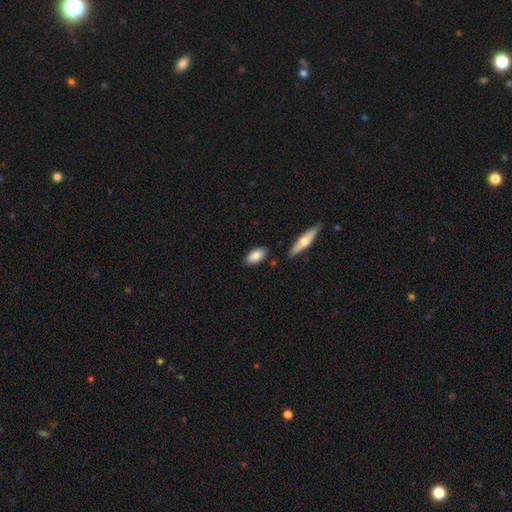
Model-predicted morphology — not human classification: Q: Smooth or featured?
A: smooth (84%); runner-up: featured or disk (10%)
Q: How rounded?
A: in between (90%); runner-up: cigar-shaped (7%)
Q: Merging?
A: none (81%); runner-up: minor disturbance (12%)